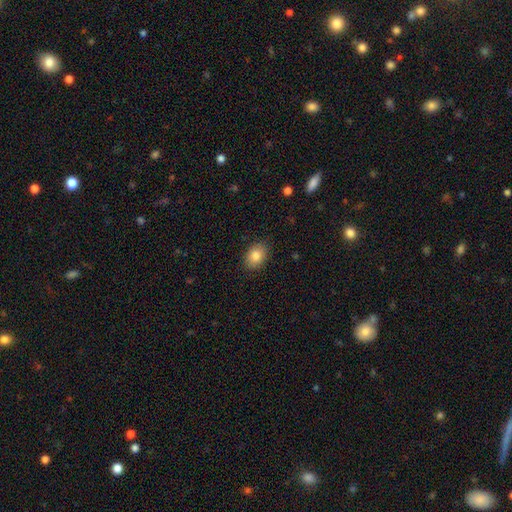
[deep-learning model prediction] Smooth or featured?
  - smooth: 83% *
  - featured or disk: 9%
  - star or artifact: 8%
How rounded?
  - in between: 75% *
  - round: 24%
  - cigar-shaped: 1%
Merging?
  - none: 88% *
  - minor disturbance: 9%
  - major disturbance: 2%
  - merger: 1%